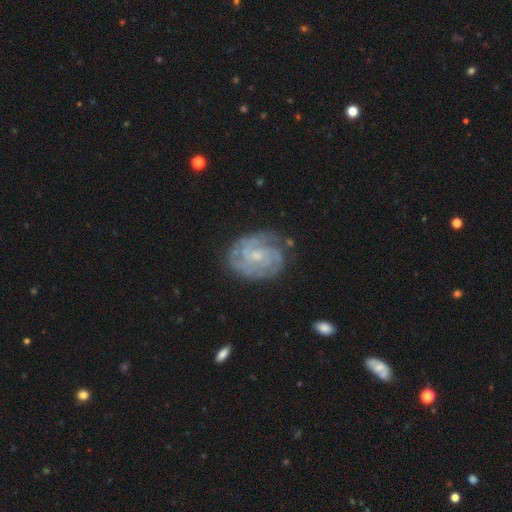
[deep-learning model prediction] A featured or disk galaxy (84%) with no bar (64%), tight (65%) spiral arms (95%) and a small central bulge (69%). Merging: none (74%).